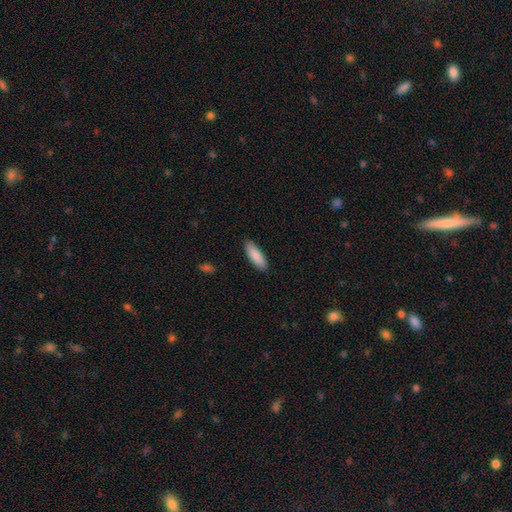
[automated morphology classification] Smooth or featured: smooth — 89% (featured or disk — 6%)
How rounded: in between — 61% (cigar-shaped — 37%)
Merging: none — 88% (minor disturbance — 9%)